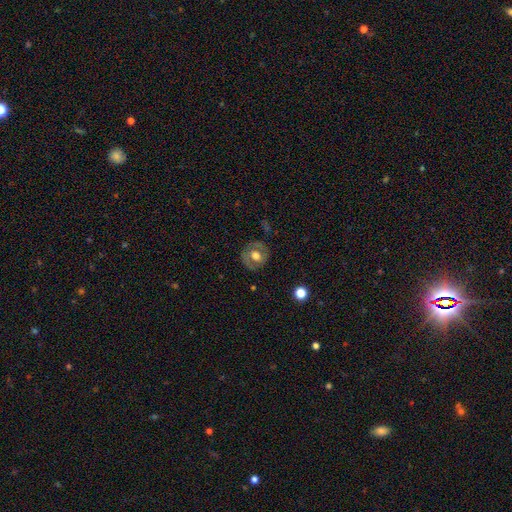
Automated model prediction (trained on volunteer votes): Morphology: type=featured or disk (46%, tied with smooth); merging=none (78%).